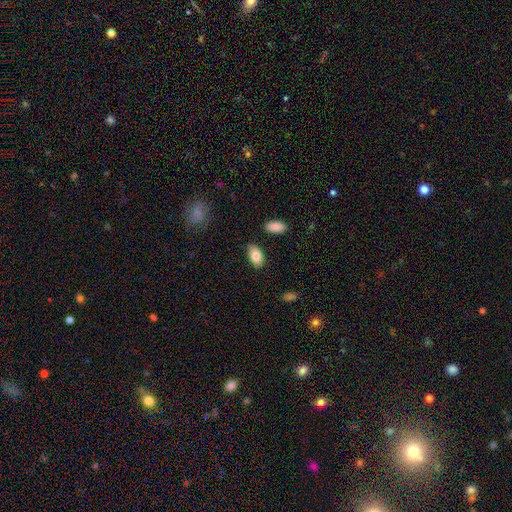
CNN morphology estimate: A smooth galaxy with no disk features (84%) that is in between round and cigar-shaped (94%).

Vote fractions:
- Smooth or featured? smooth: 84% / featured or disk: 10% / star or artifact: 7%
- How rounded? in between: 94% / round: 4% / cigar-shaped: 2%
- Merging? none: 84% / minor disturbance: 11% / major disturbance: 2% / merger: 2%